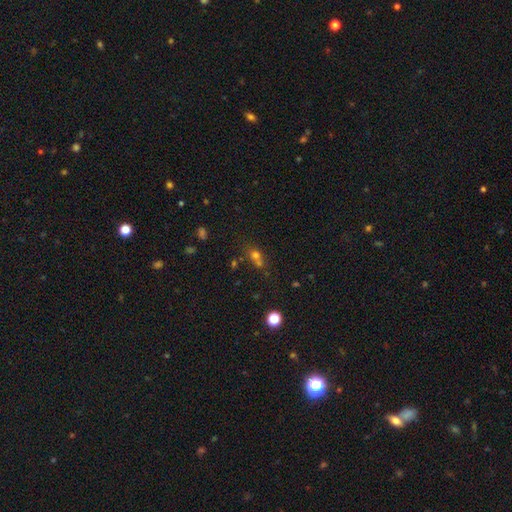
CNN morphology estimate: This appears to be a smooth galaxy with no disk features (61%) that is round (70%). Merging: none (44%).